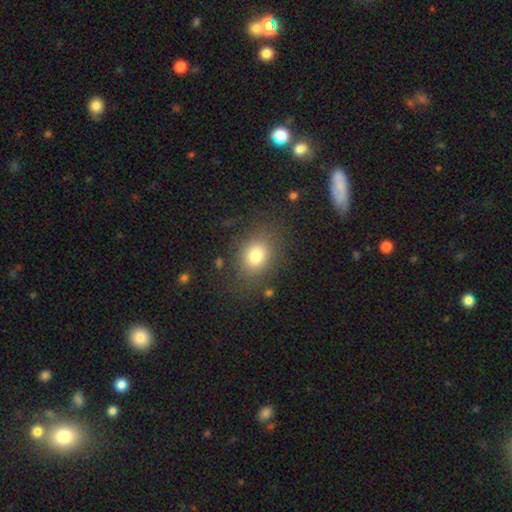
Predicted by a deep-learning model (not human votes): smooth_or_featured: smooth (p=0.78) [alt: star or artifact p=0.12]
how_rounded: in between (p=0.51) [alt: round p=0.48]
merging: none (p=0.78) [alt: minor disturbance p=0.13]